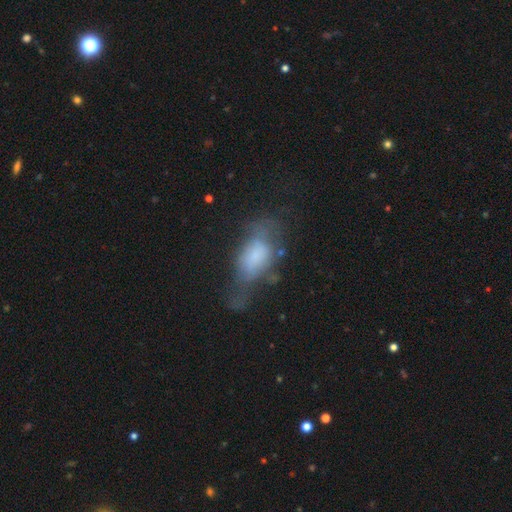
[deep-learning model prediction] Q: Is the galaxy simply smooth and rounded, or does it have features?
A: smooth — 56%.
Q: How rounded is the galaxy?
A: in between — 85%.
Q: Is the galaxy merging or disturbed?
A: major disturbance — 39%.